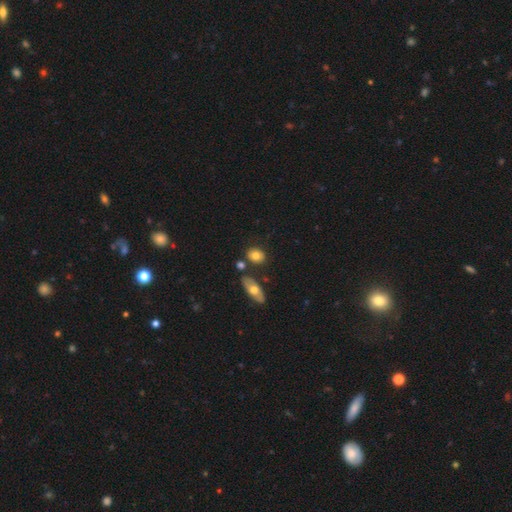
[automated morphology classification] smooth_or_featured: smooth (p=0.75) [alt: featured or disk p=0.16]
how_rounded: in between (p=0.58) [alt: round p=0.40]
merging: none (p=0.71) [alt: merger p=0.13]